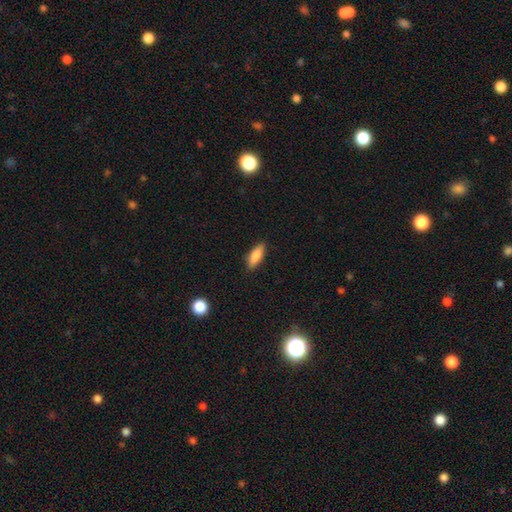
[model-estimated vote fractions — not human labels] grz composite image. It shows a smooth galaxy with no disk features (82%) that is in between round and cigar-shaped (62%). Merging: none (88%).